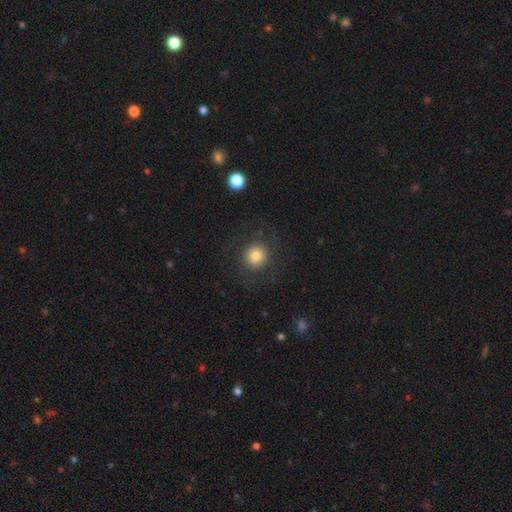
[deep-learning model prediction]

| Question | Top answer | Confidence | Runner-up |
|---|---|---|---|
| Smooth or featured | smooth | 76% | featured or disk (13%) |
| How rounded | round | 91% | in between (8%) |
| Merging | none | 80% | minor disturbance (10%) |